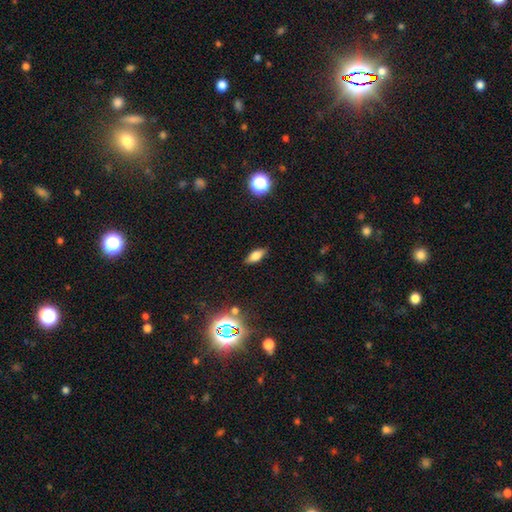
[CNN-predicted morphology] Smooth or featured?
  - smooth: 69% *
  - featured or disk: 19%
  - star or artifact: 12%
How rounded?
  - in between: 77% *
  - cigar-shaped: 19%
  - round: 4%
Merging?
  - none: 87% *
  - minor disturbance: 10%
  - major disturbance: 2%
  - merger: 1%